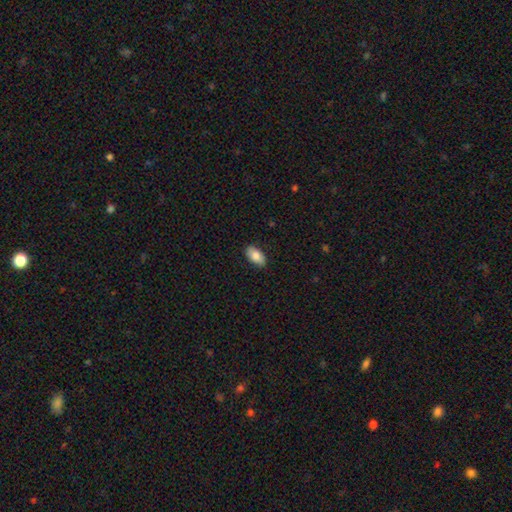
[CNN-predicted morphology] Smooth or featured? smooth (82%)
How rounded? in between (93%)
Merging? none (87%)